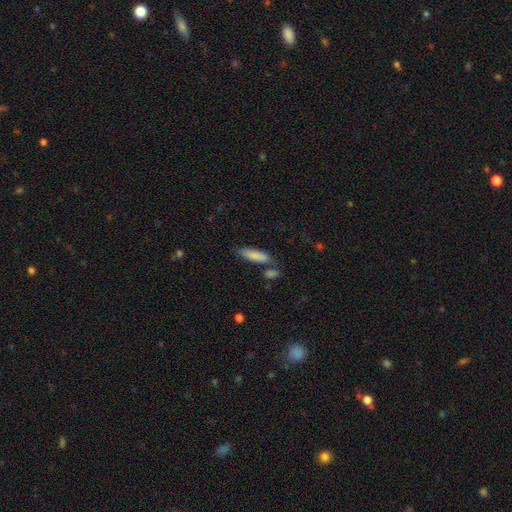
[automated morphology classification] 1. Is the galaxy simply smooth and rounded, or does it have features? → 84% smooth, 9% featured or disk, 6% star or artifact.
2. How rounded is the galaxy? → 52% cigar-shaped, 46% in between, 2% round.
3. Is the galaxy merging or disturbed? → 67% none, 15% merger, 14% minor disturbance, 4% major disturbance.